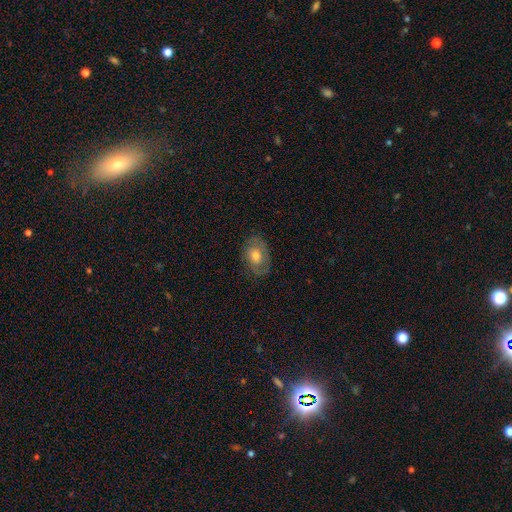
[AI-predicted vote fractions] Smooth or featured? Predicted: smooth (p=0.49). Merging? Predicted: none (p=0.75).